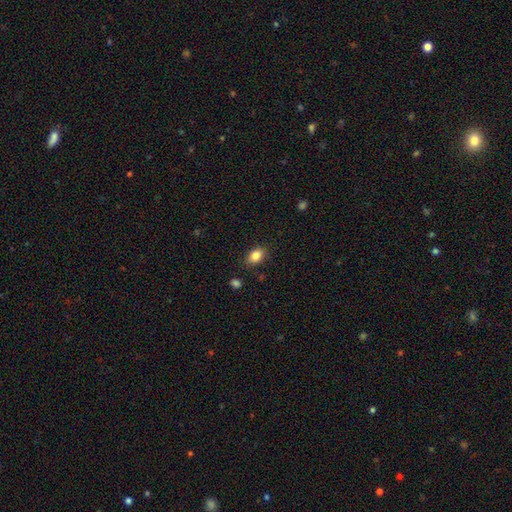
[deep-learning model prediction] This is clearly a smooth galaxy (85%). How rounded: clearly in between (84%). Merging: clearly none (85%).